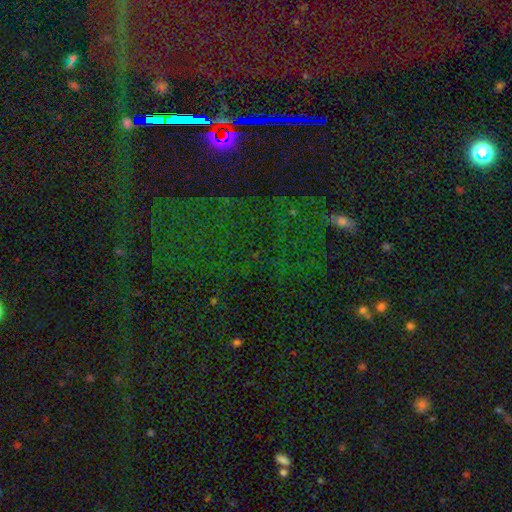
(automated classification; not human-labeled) The model was most divided on "smooth or featured": star or artifact: 81%, smooth: 11%, featured or disk: 8%.